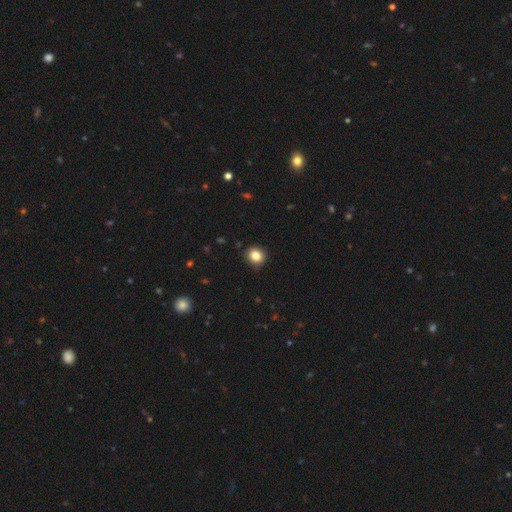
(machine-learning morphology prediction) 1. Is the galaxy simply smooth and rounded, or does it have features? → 84% smooth, 10% star or artifact, 5% featured or disk.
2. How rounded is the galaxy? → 82% round, 18% in between, 1% cigar-shaped.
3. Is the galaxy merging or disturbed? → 88% none, 9% minor disturbance, 2% major disturbance, 1% merger.